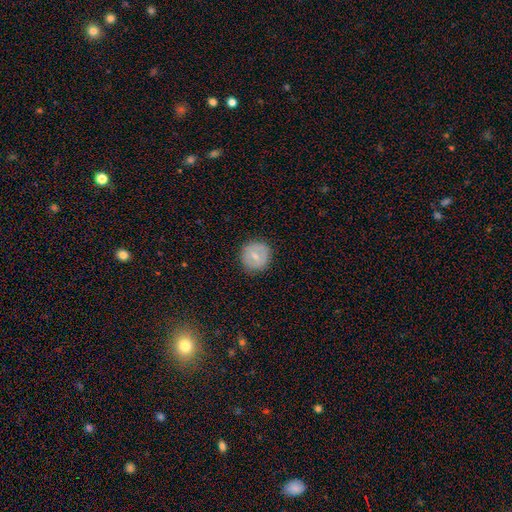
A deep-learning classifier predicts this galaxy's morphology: type=smooth (63%); roundness=round (91%); merging=none (87%).